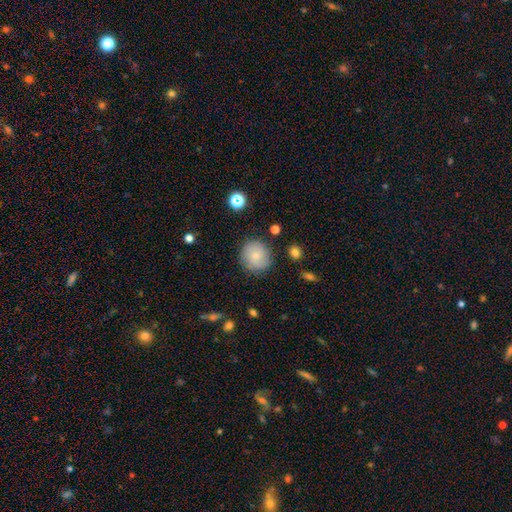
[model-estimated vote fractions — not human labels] Smooth or featured: smooth — 70% (featured or disk — 20%)
How rounded: round — 88% (in between — 12%)
Merging: none — 82% (minor disturbance — 13%)